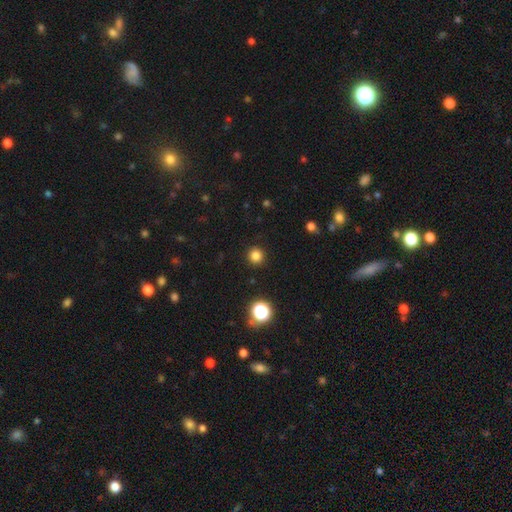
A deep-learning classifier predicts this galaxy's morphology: Smooth or featured? Predicted: smooth (p=0.82). How rounded? Predicted: round (p=0.95). Merging? Predicted: none (p=0.92).